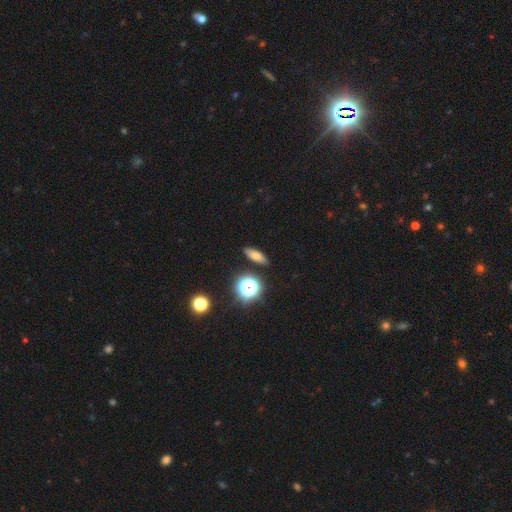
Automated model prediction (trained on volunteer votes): Smooth or featured? Predicted: smooth (p=0.65). How rounded? Predicted: in between (p=0.55). Merging? Predicted: none (p=0.88).